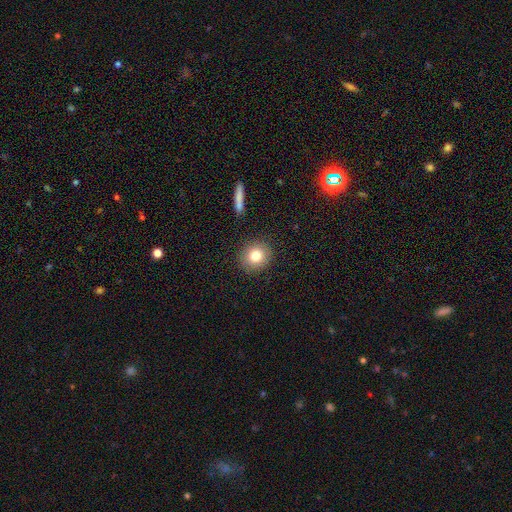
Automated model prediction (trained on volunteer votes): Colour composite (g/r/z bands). It shows a smooth galaxy with no disk features (80%) that is round (83%). Merging: none (89%).